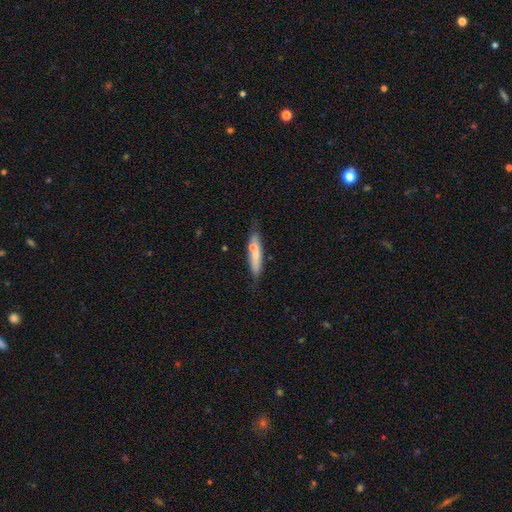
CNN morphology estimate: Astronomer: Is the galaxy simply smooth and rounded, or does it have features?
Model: smooth — 63%.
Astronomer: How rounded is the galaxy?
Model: cigar-shaped — 78%.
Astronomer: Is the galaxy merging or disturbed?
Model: none — 66%.